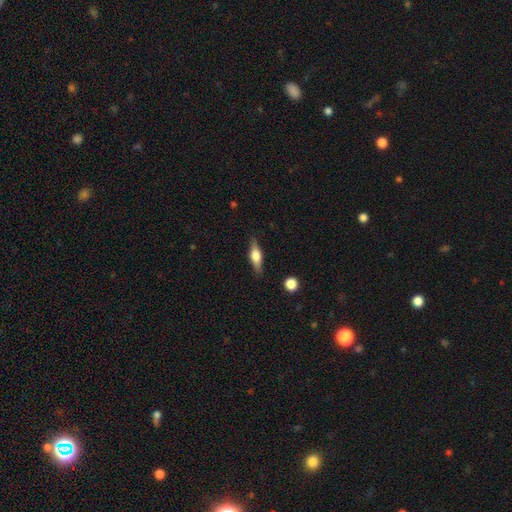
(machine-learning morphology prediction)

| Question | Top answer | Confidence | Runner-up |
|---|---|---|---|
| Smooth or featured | featured or disk | 48% | smooth (46%) |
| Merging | none | 85% | minor disturbance (11%) |